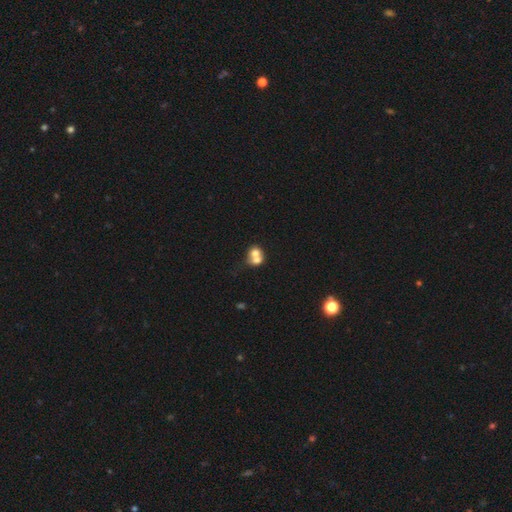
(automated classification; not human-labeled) The model was most divided on "how rounded": round: 67%, in between: 32%, cigar-shaped: 1%. More confident: merging — merger (69%); smooth or featured — smooth (66%).